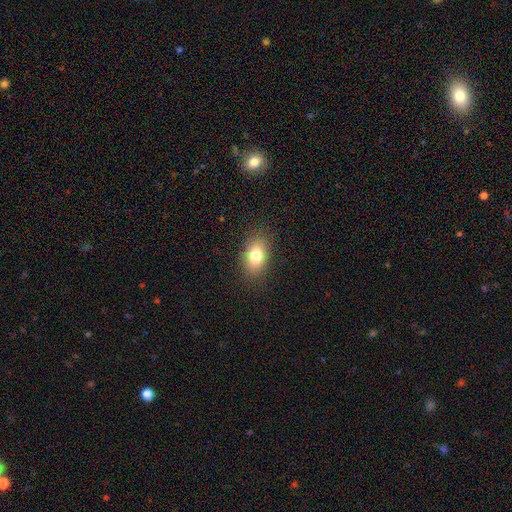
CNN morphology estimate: The model was most divided on "how rounded": in between: 83%, round: 15%, cigar-shaped: 2%. More confident: merging — none (87%); smooth or featured — smooth (79%).